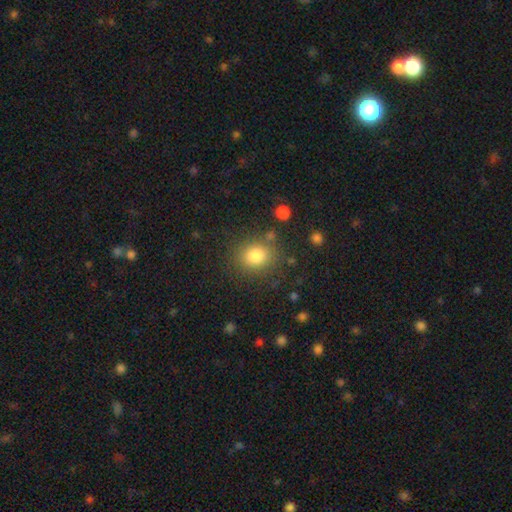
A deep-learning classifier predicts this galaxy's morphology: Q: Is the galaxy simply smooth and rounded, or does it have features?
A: smooth — 82%.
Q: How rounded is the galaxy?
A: round — 70%.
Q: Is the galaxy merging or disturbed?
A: none — 81%.